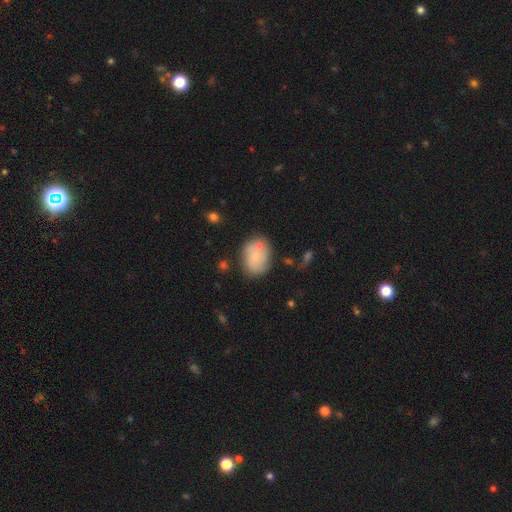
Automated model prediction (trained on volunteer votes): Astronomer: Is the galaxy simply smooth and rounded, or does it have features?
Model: smooth — 72%.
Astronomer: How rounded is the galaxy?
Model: in between — 75%.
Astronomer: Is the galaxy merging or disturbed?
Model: none — 64%.